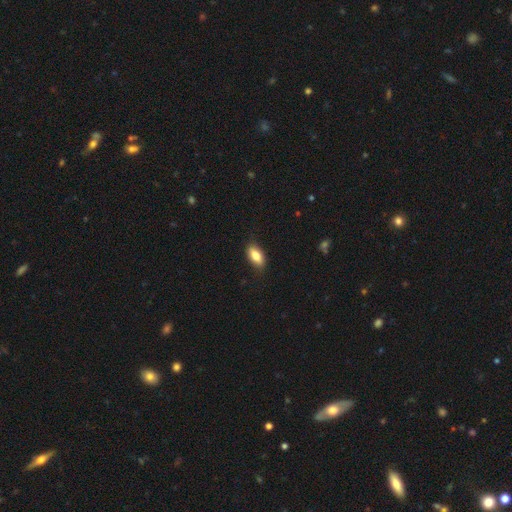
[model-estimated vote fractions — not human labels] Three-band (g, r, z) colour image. It shows a smooth galaxy with no disk features (81%) that is in between round and cigar-shaped (88%). Merging: none (85%).